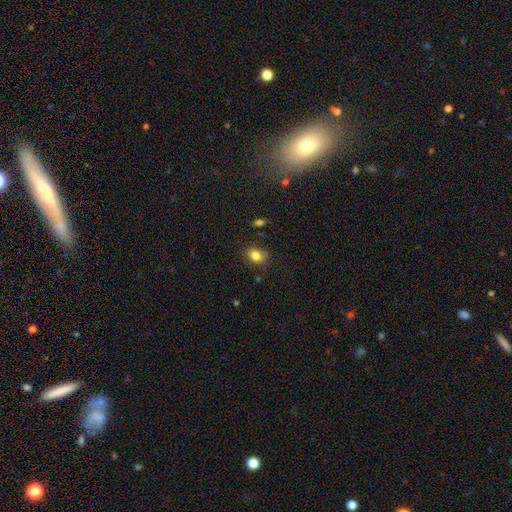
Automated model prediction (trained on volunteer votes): smooth_or_featured: smooth (p=0.82) [alt: star or artifact p=0.11]
how_rounded: in between (p=0.54) [alt: round p=0.45]
merging: none (p=0.72) [alt: minor disturbance p=0.20]